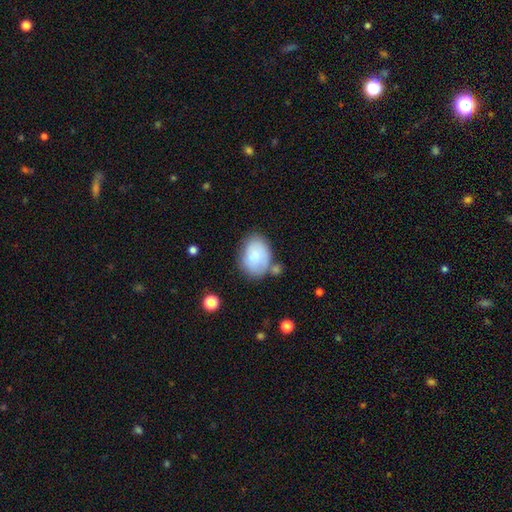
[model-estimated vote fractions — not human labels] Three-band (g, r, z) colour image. It shows a smooth galaxy with no disk features (73%) that is in between round and cigar-shaped (75%). Merging: none (57%).